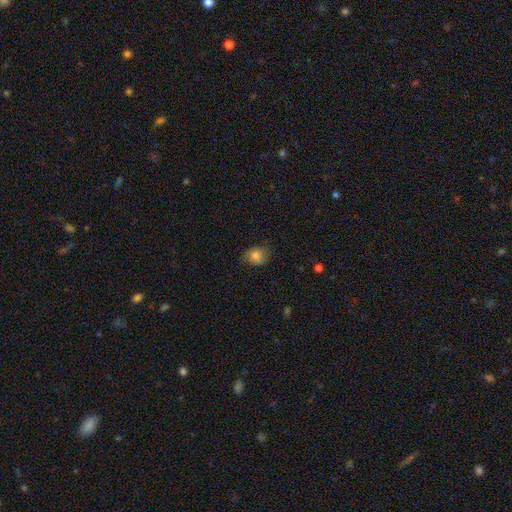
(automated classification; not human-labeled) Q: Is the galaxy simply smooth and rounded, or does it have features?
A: smooth — 74%.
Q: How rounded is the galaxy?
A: round — 63%.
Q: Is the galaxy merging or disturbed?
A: none — 69%.